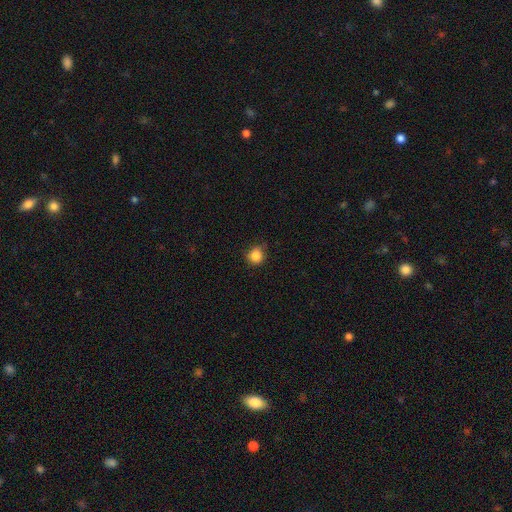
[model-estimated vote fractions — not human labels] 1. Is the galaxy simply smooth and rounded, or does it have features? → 85% smooth, 11% star or artifact, 4% featured or disk.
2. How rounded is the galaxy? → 88% round, 11% in between, 1% cigar-shaped.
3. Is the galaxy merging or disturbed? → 78% none, 18% minor disturbance, 3% major disturbance, 1% merger.